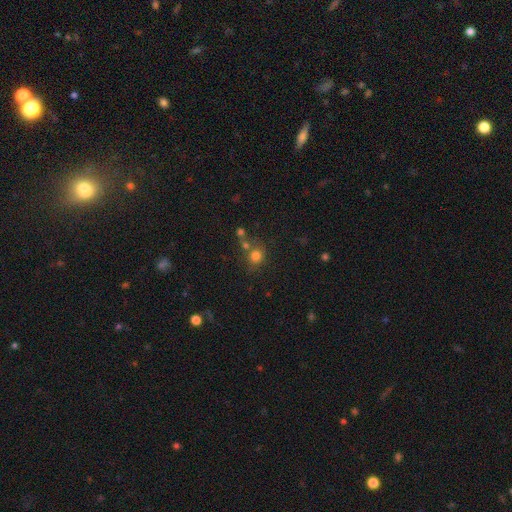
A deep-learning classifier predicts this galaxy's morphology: type=smooth (76%); roundness=round (81%); merging=none (59%).